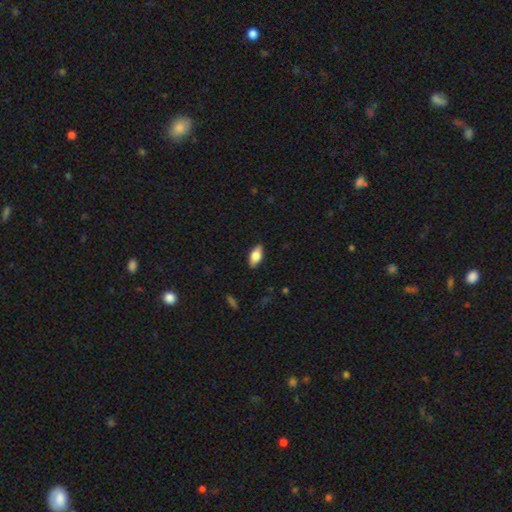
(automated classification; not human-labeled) smooth_or_featured: smooth (p=0.76) [alt: featured or disk p=0.18]
how_rounded: in between (p=0.88) [alt: cigar-shaped p=0.09]
merging: none (p=0.88) [alt: minor disturbance p=0.09]